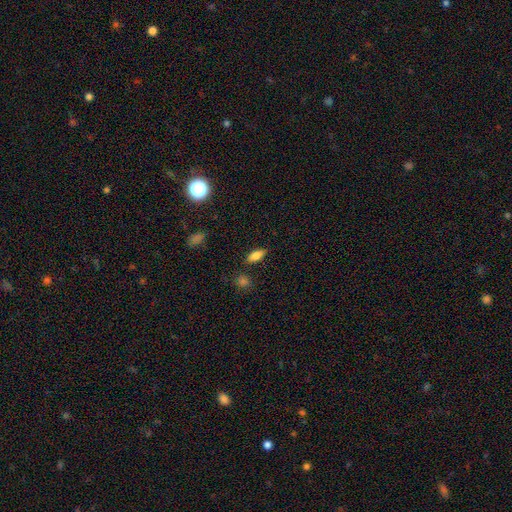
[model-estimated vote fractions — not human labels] smooth 78%, featured or disk 13%, star or artifact 9%. Down the decision tree: how rounded — in between (83%); merging — none (84%).